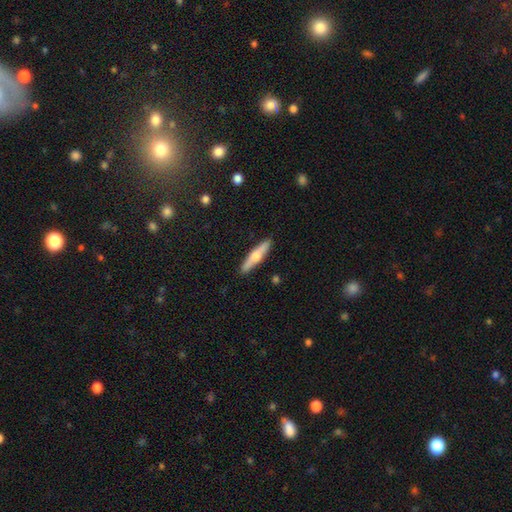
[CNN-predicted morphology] Smooth or featured? featured or disk (50%)
Edge-on disk? yes (94%)
Merging? none (91%)